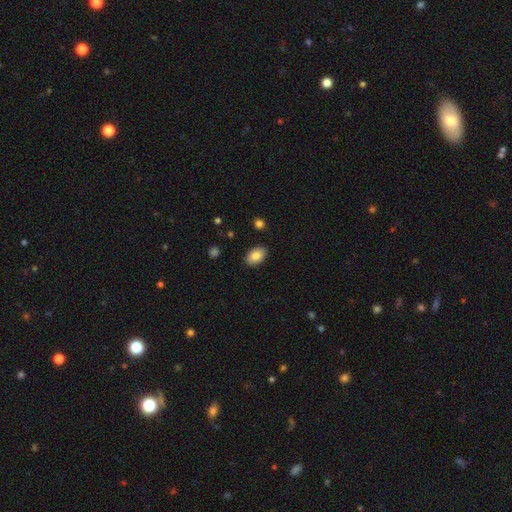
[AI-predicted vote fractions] Q: Smooth or featured?
A: smooth (84%); runner-up: featured or disk (9%)
Q: How rounded?
A: in between (90%); runner-up: round (9%)
Q: Merging?
A: none (88%); runner-up: minor disturbance (9%)